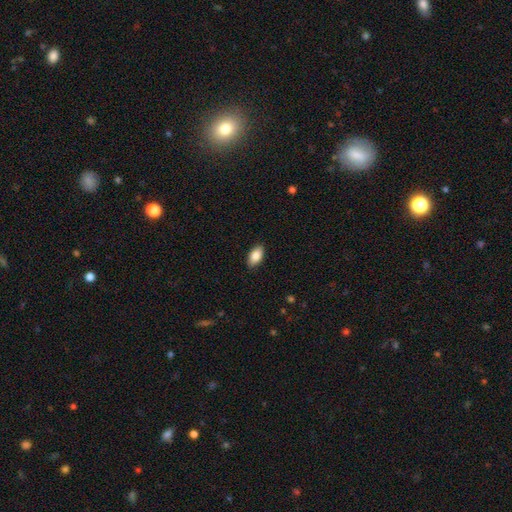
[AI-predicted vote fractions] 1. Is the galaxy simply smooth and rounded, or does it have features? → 86% smooth, 7% featured or disk, 7% star or artifact.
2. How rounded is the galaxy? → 93% in between, 4% cigar-shaped, 3% round.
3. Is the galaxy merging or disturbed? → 89% none, 9% minor disturbance, 2% major disturbance, 1% merger.